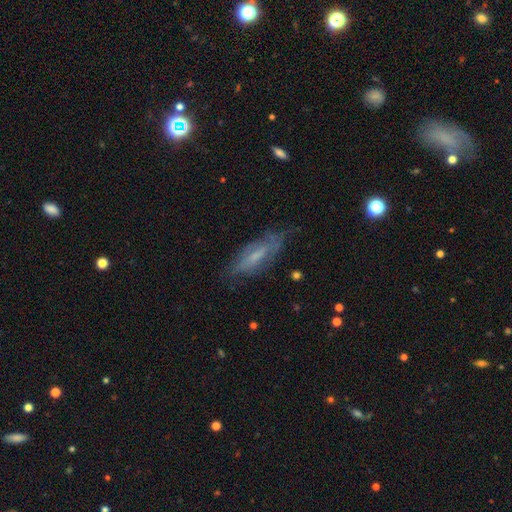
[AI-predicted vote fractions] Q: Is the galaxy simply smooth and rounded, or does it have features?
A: featured or disk — 53%.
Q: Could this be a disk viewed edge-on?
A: no — 69%.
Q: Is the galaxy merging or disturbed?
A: none — 65%.